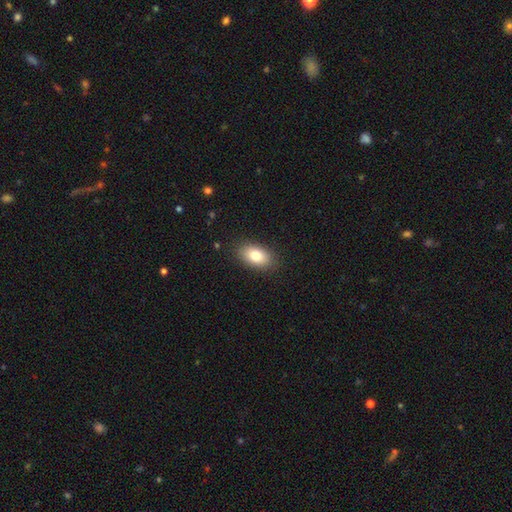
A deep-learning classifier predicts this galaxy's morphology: type=smooth (80%); roundness=in between (90%); merging=none (87%).